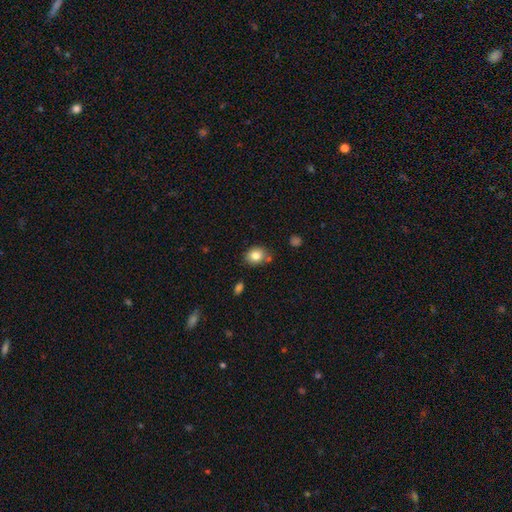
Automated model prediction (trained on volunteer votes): Smooth or featured? smooth (81%)
How rounded? round (51%)
Merging? none (73%)